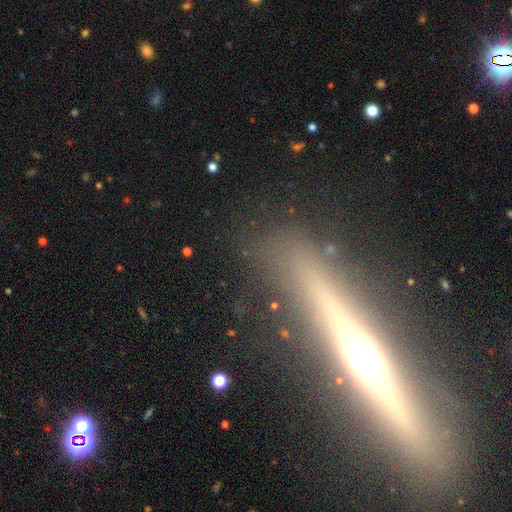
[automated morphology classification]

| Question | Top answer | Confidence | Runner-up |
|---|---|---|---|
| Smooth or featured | featured or disk | 74% | smooth (15%) |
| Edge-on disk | yes | 94% | no (6%) |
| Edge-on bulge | rounded | 84% | boxy (9%) |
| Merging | none | 85% | minor disturbance (9%) |